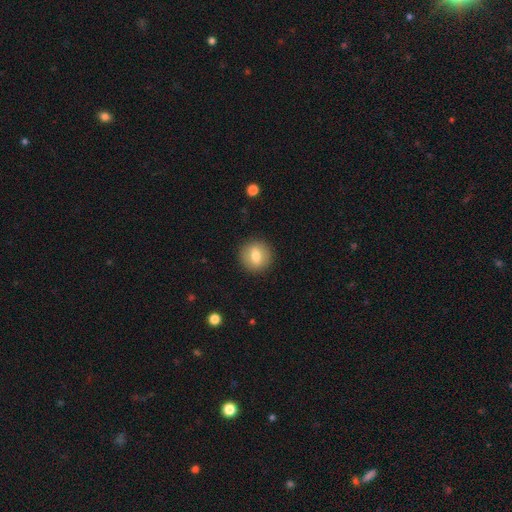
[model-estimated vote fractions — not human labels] Smooth or featured?
  - smooth: 74% *
  - featured or disk: 17%
  - star or artifact: 8%
How rounded?
  - round: 87% *
  - in between: 12%
  - cigar-shaped: 1%
Merging?
  - none: 90% *
  - minor disturbance: 7%
  - major disturbance: 2%
  - merger: 1%